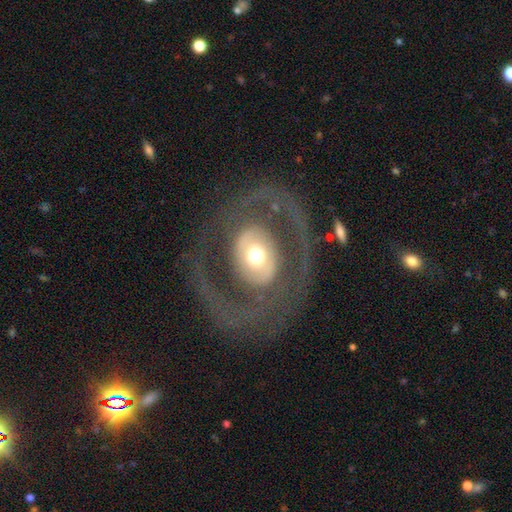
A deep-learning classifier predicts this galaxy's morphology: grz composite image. It shows a featured or disk galaxy (72%) with no bar (71%), spiral arms (63%) and a moderate central bulge (62%). Merging: none (71%).